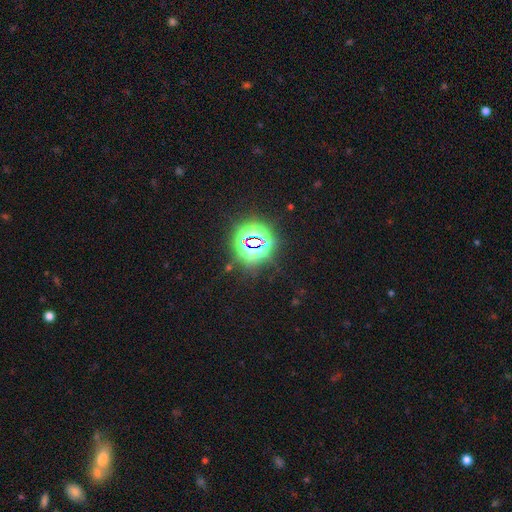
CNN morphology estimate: Smooth or featured? Predicted: star or artifact (p=0.79).